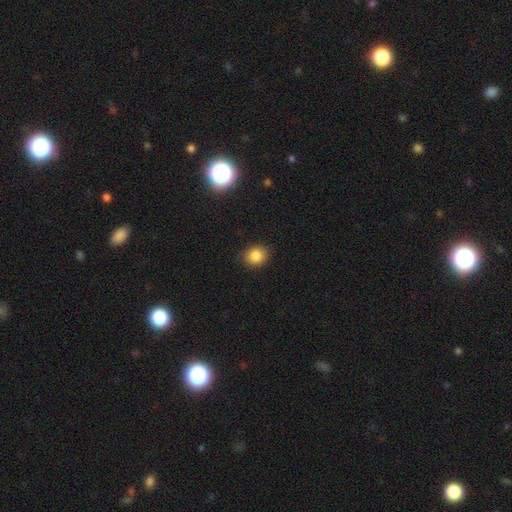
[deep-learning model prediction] This appears to be a smooth galaxy with no disk features (84%) that is round (66%). Merging: none (86%).